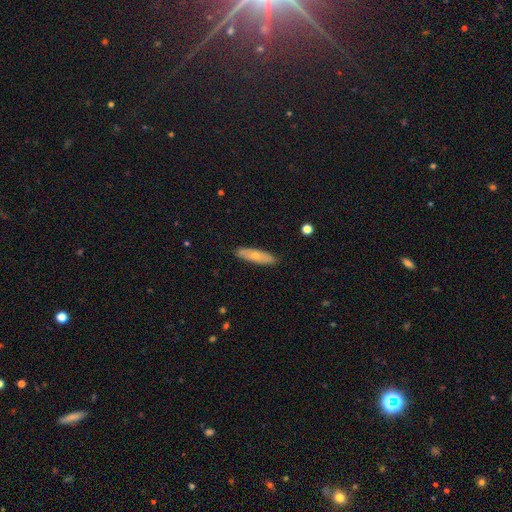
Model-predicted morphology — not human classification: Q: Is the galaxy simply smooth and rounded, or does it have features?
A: smooth — 62%.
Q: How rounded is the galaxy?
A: cigar-shaped — 66%.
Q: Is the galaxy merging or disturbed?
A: none — 88%.